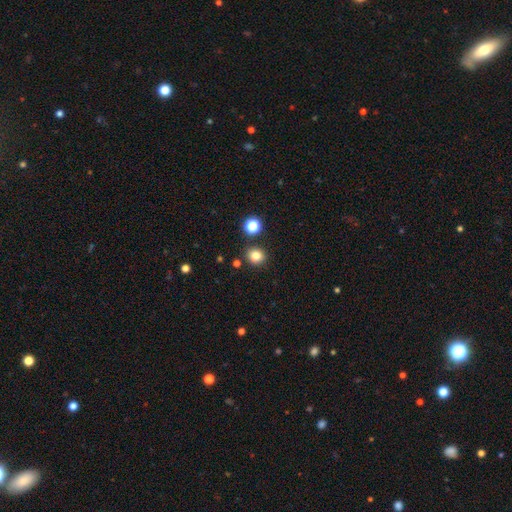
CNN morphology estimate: Overall: smooth (81%). How rounded: round (82%). Merging: none (85%).